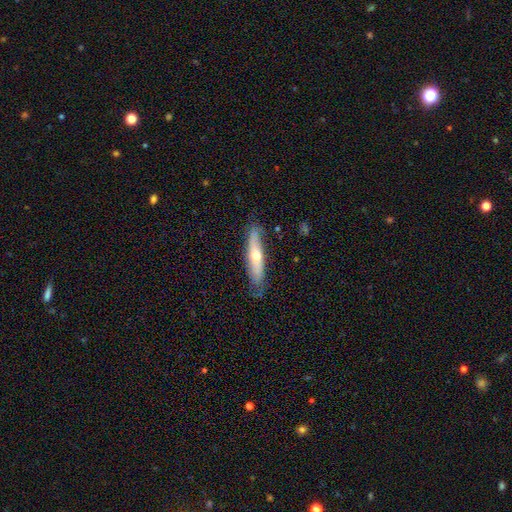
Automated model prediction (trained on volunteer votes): This is possibly a featured or disk galaxy (50%). It is likely viewed edge-on (63%). Merging: likely none (73%).